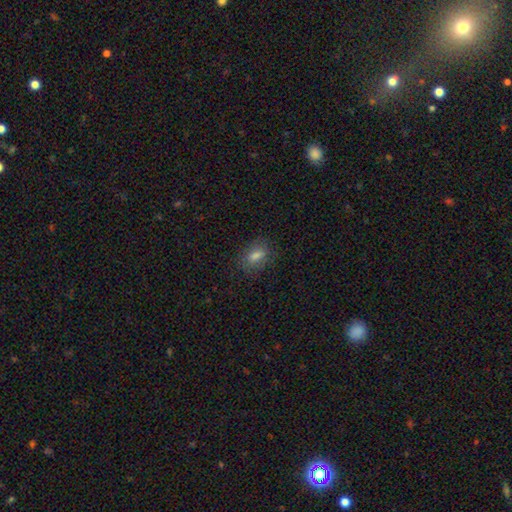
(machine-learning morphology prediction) Q: Smooth or featured?
A: smooth (77%); runner-up: star or artifact (12%)
Q: How rounded?
A: in between (79%); runner-up: round (15%)
Q: Merging?
A: none (83%); runner-up: minor disturbance (12%)